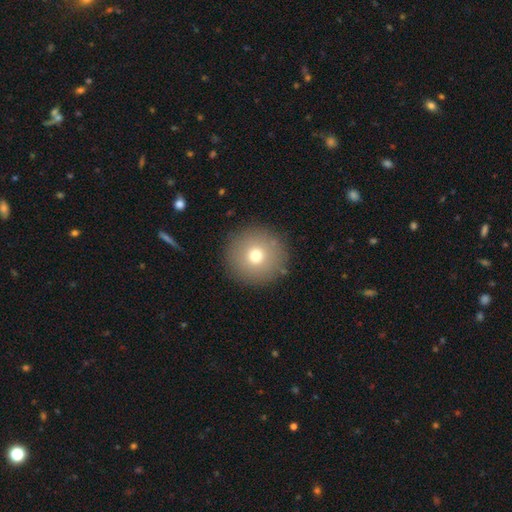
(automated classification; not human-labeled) This is likely a smooth galaxy (72%). How rounded: clearly round (96%). Merging: clearly none (89%).